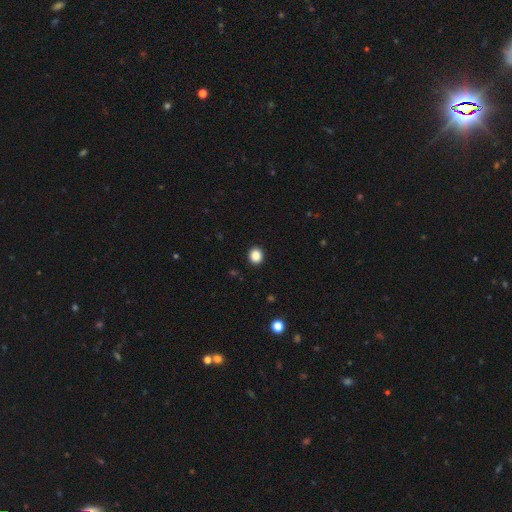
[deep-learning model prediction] The model was most divided on "how rounded": round: 78%, in between: 22%, cigar-shaped: 1%. More confident: merging — none (92%); smooth or featured — smooth (87%).